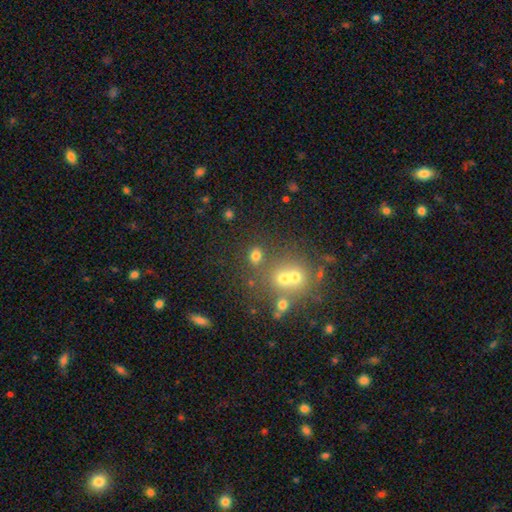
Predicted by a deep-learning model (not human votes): This is likely a smooth galaxy (69%). How rounded: possibly round (56%). Merging: likely none (64%).